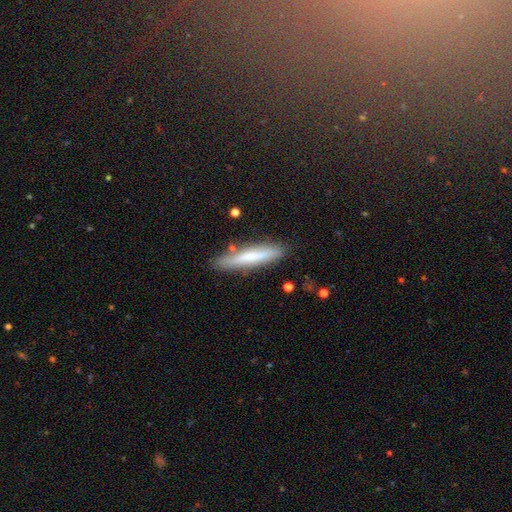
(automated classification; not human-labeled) Smooth or featured? Predicted: smooth (p=0.61). How rounded? Predicted: cigar-shaped (p=0.91). Merging? Predicted: none (p=0.83).